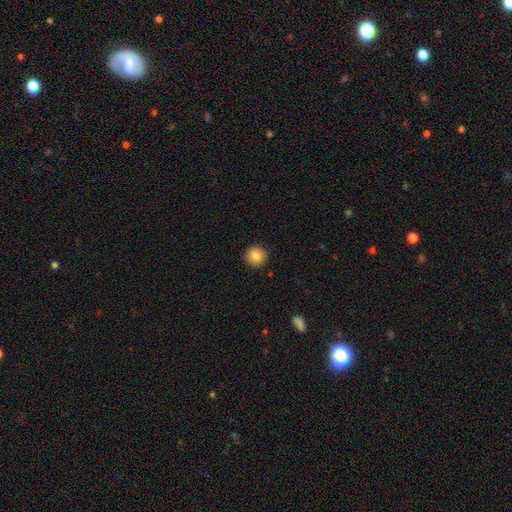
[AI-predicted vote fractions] smooth_or_featured: smooth (p=0.86) [alt: star or artifact p=0.09]
how_rounded: round (p=0.95) [alt: in between p=0.04]
merging: none (p=0.92) [alt: minor disturbance p=0.05]